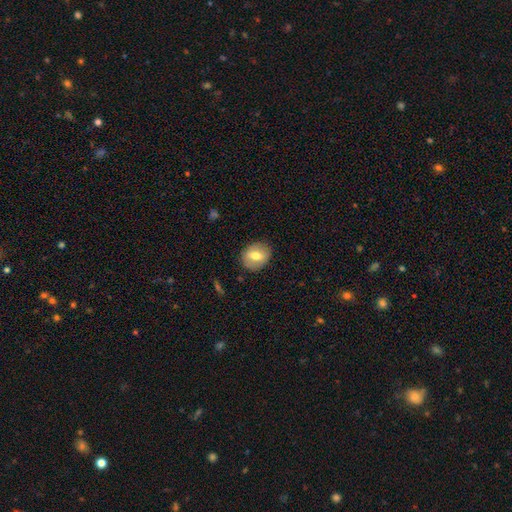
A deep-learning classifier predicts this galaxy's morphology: The model was most divided on "how rounded": round: 56%, in between: 43%, cigar-shaped: 1%. More confident: merging — none (85%); smooth or featured — smooth (61%).